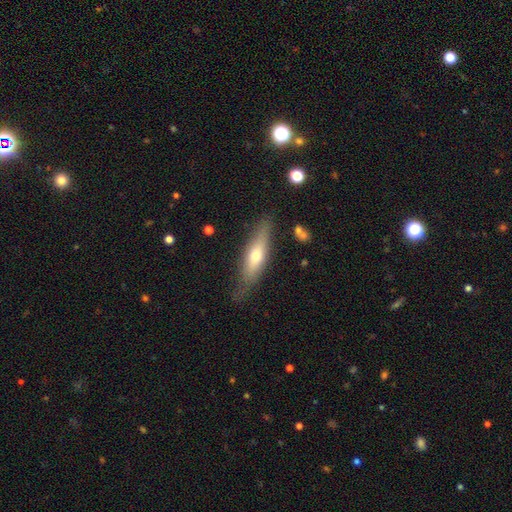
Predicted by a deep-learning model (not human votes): This is possibly a smooth galaxy (50%). How rounded: likely cigar-shaped (64%). Merging: likely none (73%).